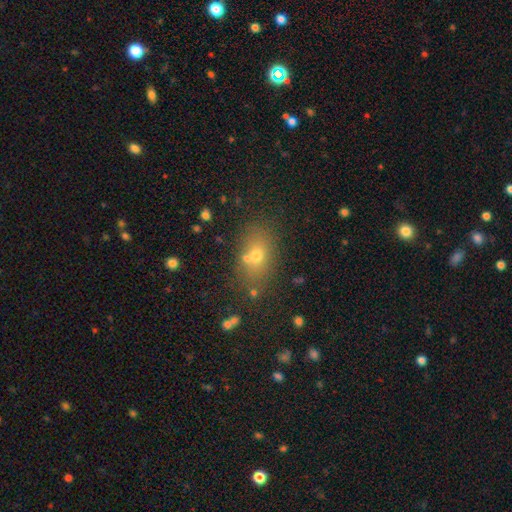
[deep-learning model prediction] Smooth or featured: smooth — 65% (featured or disk — 18%)
How rounded: in between — 71% (round — 26%)
Merging: none — 67% (merger — 16%)